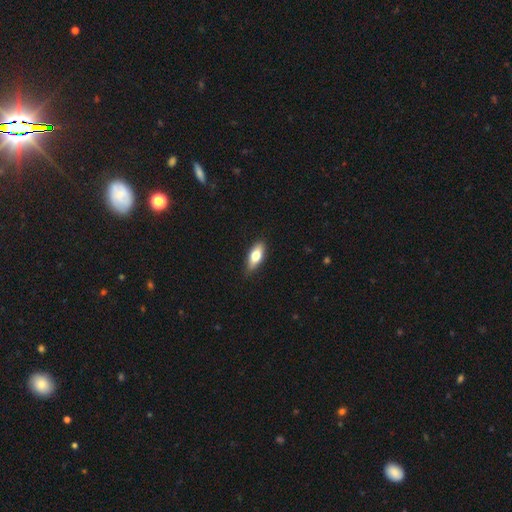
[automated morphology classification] A smooth galaxy with no disk features (67%) that is in between round and cigar-shaped (74%).

Vote fractions:
- Smooth or featured? smooth: 67% / featured or disk: 27% / star or artifact: 6%
- How rounded? in between: 74% / cigar-shaped: 23% / round: 3%
- Merging? none: 84% / minor disturbance: 13% / major disturbance: 2% / merger: 1%